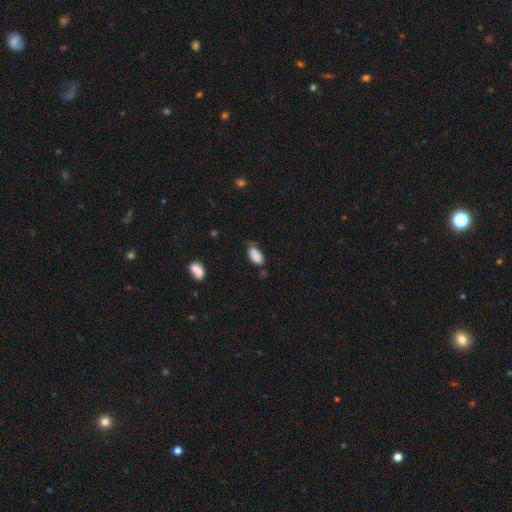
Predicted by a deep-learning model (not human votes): Smooth or featured?
  - smooth: 87% *
  - star or artifact: 7%
  - featured or disk: 6%
How rounded?
  - in between: 92% *
  - cigar-shaped: 5%
  - round: 3%
Merging?
  - none: 57% *
  - minor disturbance: 31%
  - major disturbance: 7%
  - merger: 5%